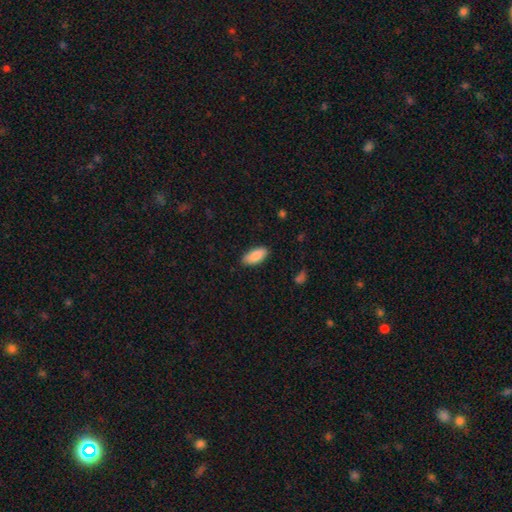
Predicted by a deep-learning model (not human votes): Morphology: type=smooth (88%); roundness=in between (89%); merging=none (87%).